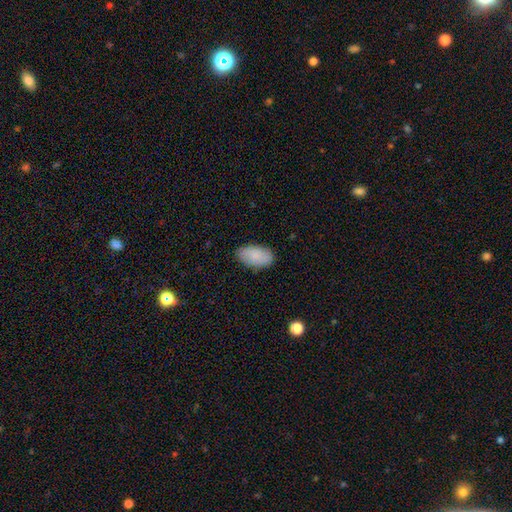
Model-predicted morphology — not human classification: Smooth or featured? smooth (83%)
How rounded? in between (94%)
Merging? none (83%)